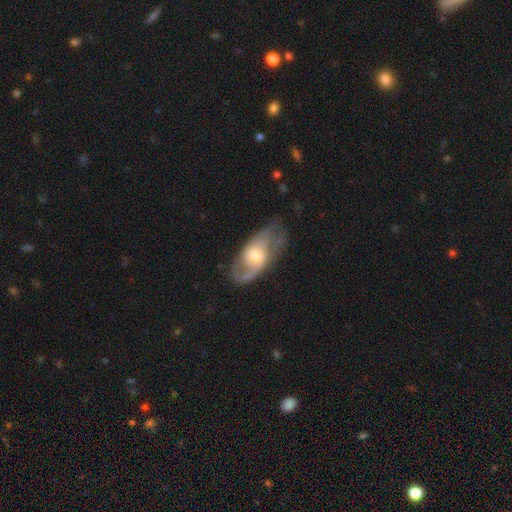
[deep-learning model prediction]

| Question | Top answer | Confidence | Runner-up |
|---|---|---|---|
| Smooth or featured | featured or disk | 73% | smooth (21%) |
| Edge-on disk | no | 92% | yes (8%) |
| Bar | no | 60% | weak (33%) |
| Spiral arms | yes | 86% | no (14%) |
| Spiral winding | medium | 45% | loose (33%) |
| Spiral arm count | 2 | 70% | can't tell (14%) |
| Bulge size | moderate | 58% | small (32%) |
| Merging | none | 65% | minor disturbance (22%) |